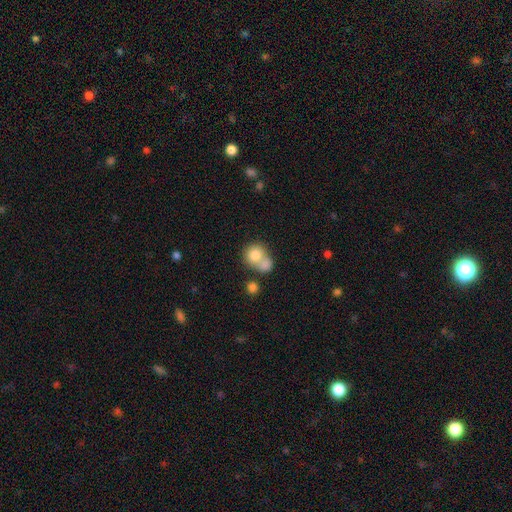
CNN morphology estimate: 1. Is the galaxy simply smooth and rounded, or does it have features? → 78% smooth, 13% featured or disk, 9% star or artifact.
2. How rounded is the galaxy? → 77% round, 22% in between, 1% cigar-shaped.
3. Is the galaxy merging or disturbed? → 54% merger, 33% none, 9% minor disturbance, 5% major disturbance.